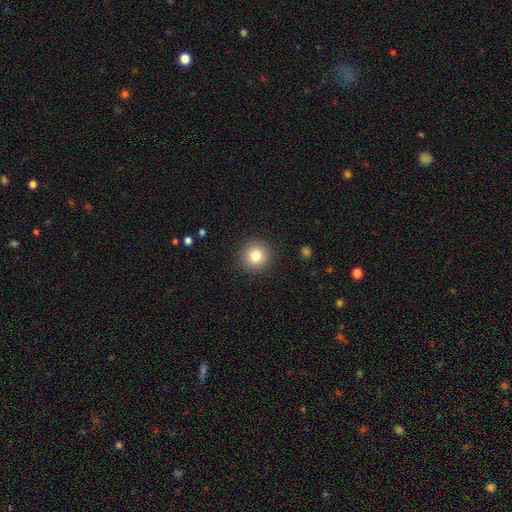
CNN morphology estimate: The model was most divided on "smooth or featured": smooth: 81%, star or artifact: 11%, featured or disk: 9%. More confident: how rounded — round (94%); merging — none (91%).